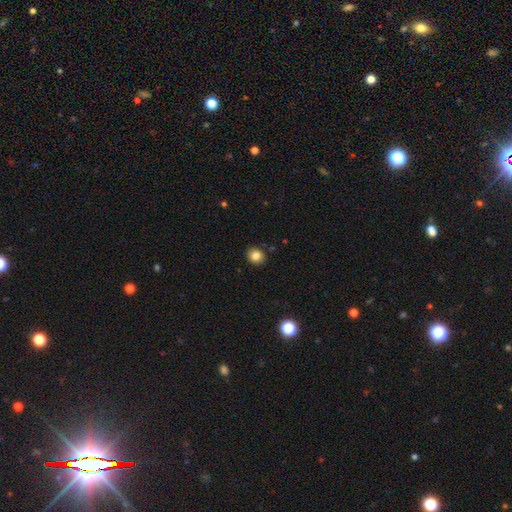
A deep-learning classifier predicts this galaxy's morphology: This is clearly a smooth galaxy (83%). How rounded: likely round (79%). Merging: clearly none (87%).